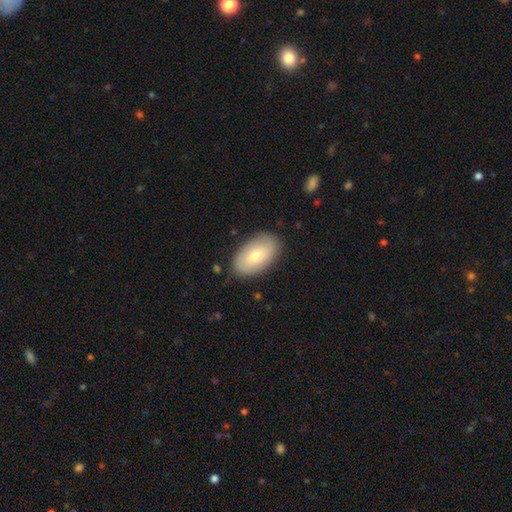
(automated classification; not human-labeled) Morphology: type=smooth (70%); roundness=in between (93%); merging=none (83%).